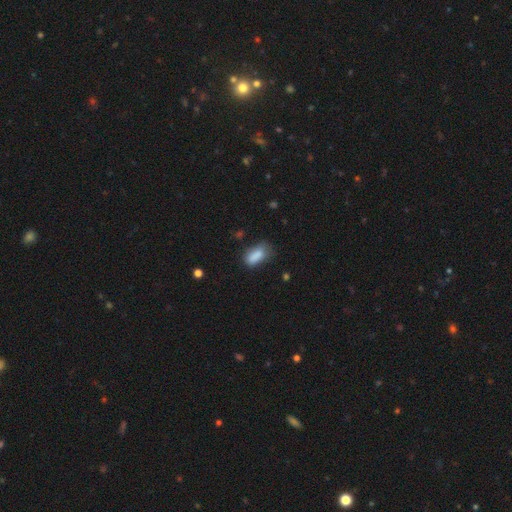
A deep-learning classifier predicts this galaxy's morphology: smooth 85%, star or artifact 9%, featured or disk 7%. Down the decision tree: how rounded — in between (86%); merging — none (56%).